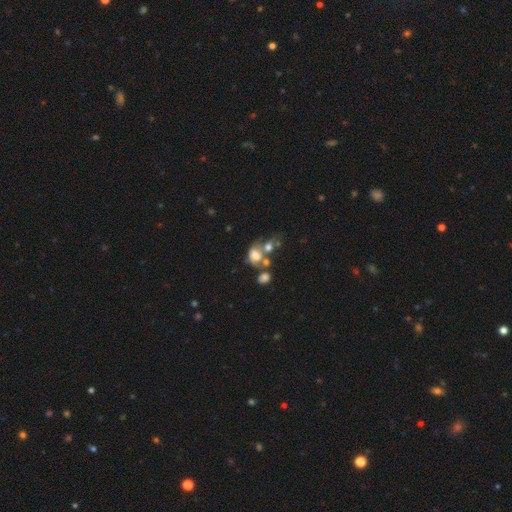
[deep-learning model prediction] A smooth galaxy with no disk features (59%) that is in between round and cigar-shaped (61%).

Vote fractions:
- Smooth or featured? smooth: 59% / featured or disk: 26% / star or artifact: 15%
- How rounded? in between: 61% / round: 38% / cigar-shaped: 1%
- Merging? merger: 50% / none: 23% / major disturbance: 15% / minor disturbance: 12%